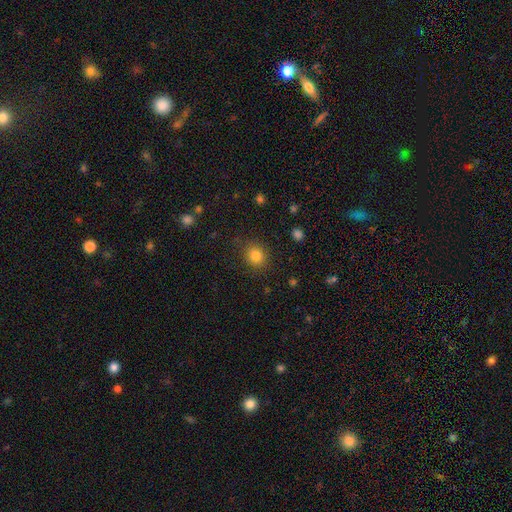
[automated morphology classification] The model was most divided on "how rounded": round: 78%, in between: 21%, cigar-shaped: 1%. More confident: merging — none (85%); smooth or featured — smooth (83%).